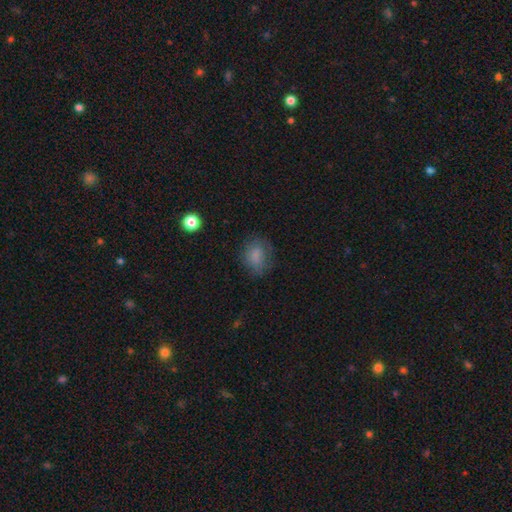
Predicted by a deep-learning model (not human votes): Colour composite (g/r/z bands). It shows a smooth galaxy with no disk features (76%) that is in between round and cigar-shaped (57%). Merging: none (67%).